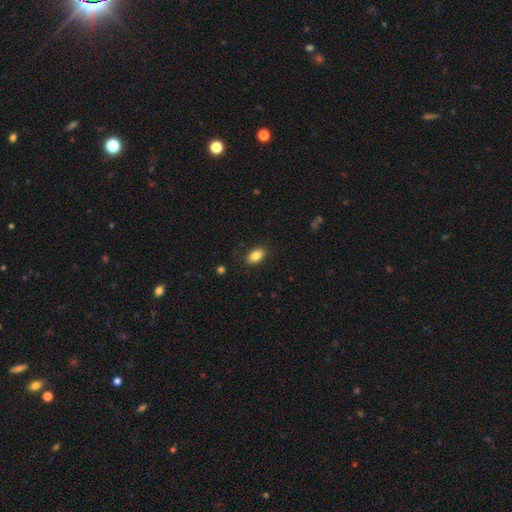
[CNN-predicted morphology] type=smooth (85%); roundness=in between (91%); merging=none (85%).